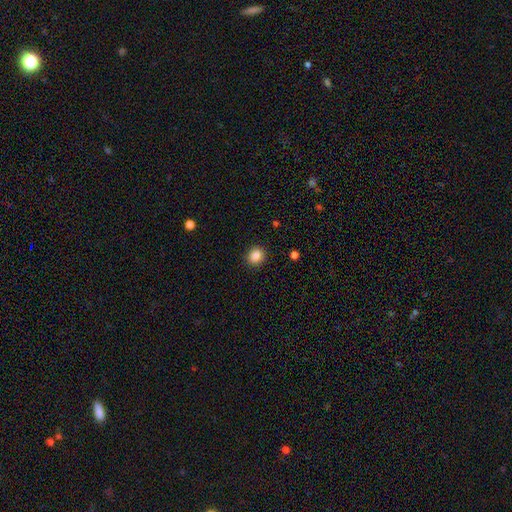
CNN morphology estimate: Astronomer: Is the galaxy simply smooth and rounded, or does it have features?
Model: smooth — 87%.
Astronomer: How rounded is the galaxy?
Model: round — 75%.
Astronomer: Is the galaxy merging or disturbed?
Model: none — 89%.